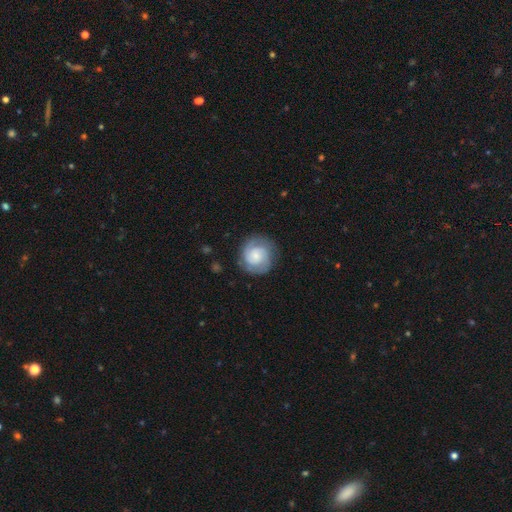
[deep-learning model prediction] featured or disk 68%, smooth 25%, star or artifact 7%. Down the decision tree: edge-on disk — no (98%); bar — no (70%); spiral arms — yes (93%); spiral arm count — 2 (68%); spiral winding — tight (59%); bulge size — small (59%); merging — none (80%).